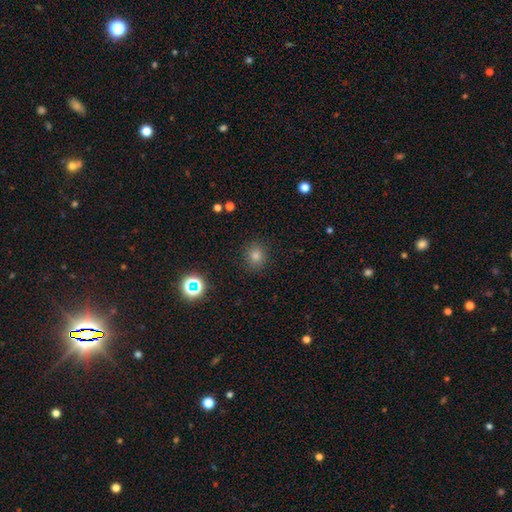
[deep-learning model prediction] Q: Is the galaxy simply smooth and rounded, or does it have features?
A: smooth — 74%.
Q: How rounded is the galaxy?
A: round — 86%.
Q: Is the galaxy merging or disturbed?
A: none — 89%.